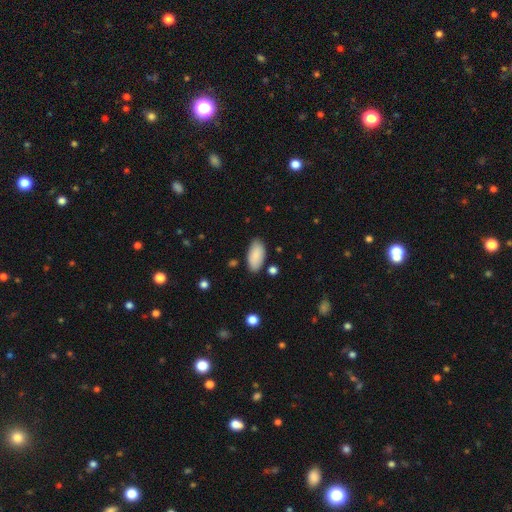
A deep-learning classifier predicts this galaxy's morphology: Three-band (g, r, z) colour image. It shows a smooth galaxy with no disk features (89%) that is in between round and cigar-shaped (93%). Merging: none (83%).